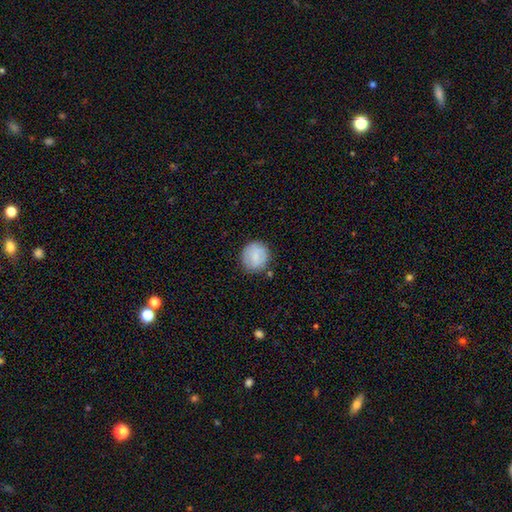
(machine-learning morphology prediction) Smooth or featured?
  - smooth: 76% *
  - featured or disk: 17%
  - star or artifact: 7%
How rounded?
  - round: 90% *
  - in between: 9%
  - cigar-shaped: 1%
Merging?
  - none: 81% *
  - minor disturbance: 13%
  - major disturbance: 4%
  - merger: 2%